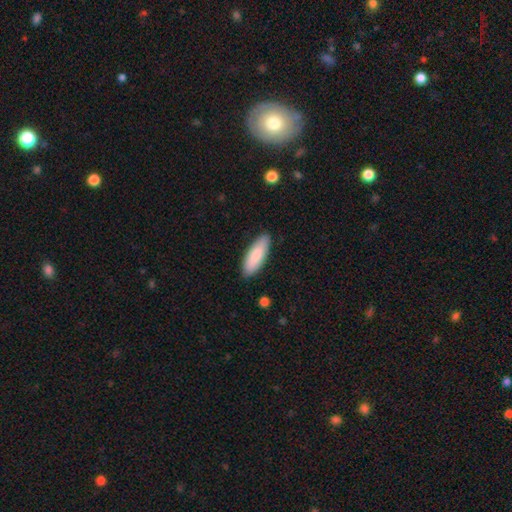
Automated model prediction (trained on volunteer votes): smooth_or_featured: smooth (p=0.86) [alt: featured or disk p=0.09]
how_rounded: in between (p=0.62) [alt: cigar-shaped p=0.36]
merging: none (p=0.88) [alt: minor disturbance p=0.09]